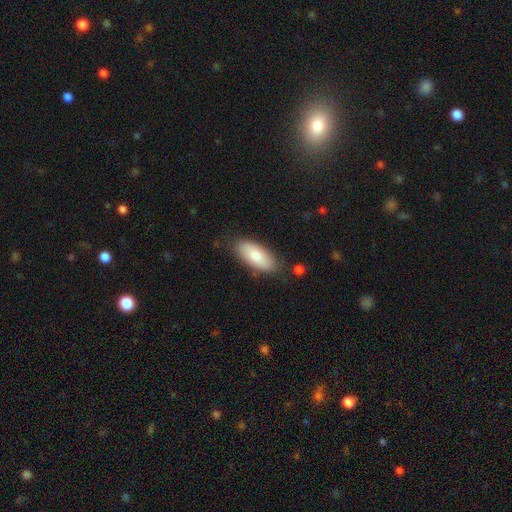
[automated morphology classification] This is likely a smooth galaxy (79%). How rounded: clearly in between (87%). Merging: clearly none (81%).